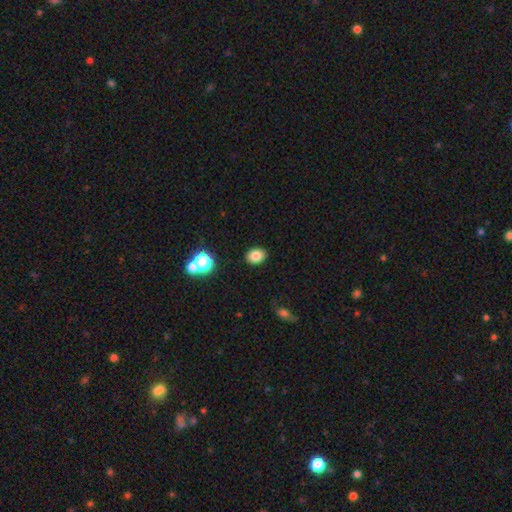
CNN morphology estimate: Smooth or featured? smooth (82%)
How rounded? in between (63%)
Merging? none (89%)